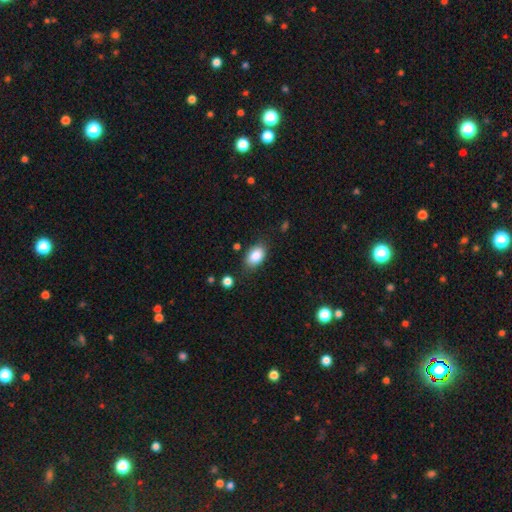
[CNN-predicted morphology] A smooth galaxy with no disk features (86%) that is in between round and cigar-shaped (90%).

Vote fractions:
- Smooth or featured? smooth: 86% / star or artifact: 8% / featured or disk: 6%
- How rounded? in between: 90% / round: 9% / cigar-shaped: 2%
- Merging? none: 80% / minor disturbance: 14% / major disturbance: 4% / merger: 2%